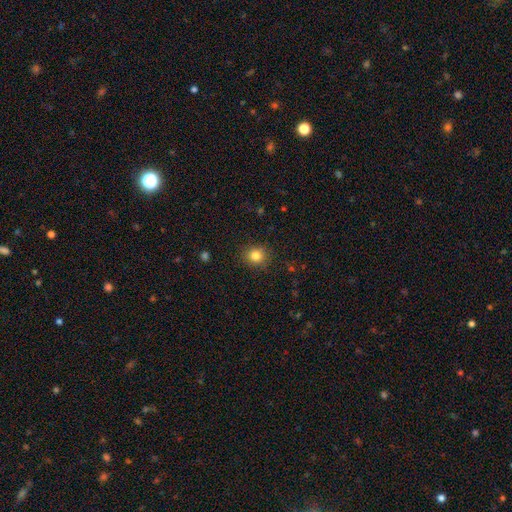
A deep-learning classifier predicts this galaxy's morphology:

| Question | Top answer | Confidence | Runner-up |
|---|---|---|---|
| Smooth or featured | smooth | 83% | star or artifact (12%) |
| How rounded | round | 86% | in between (13%) |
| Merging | none | 89% | minor disturbance (8%) |